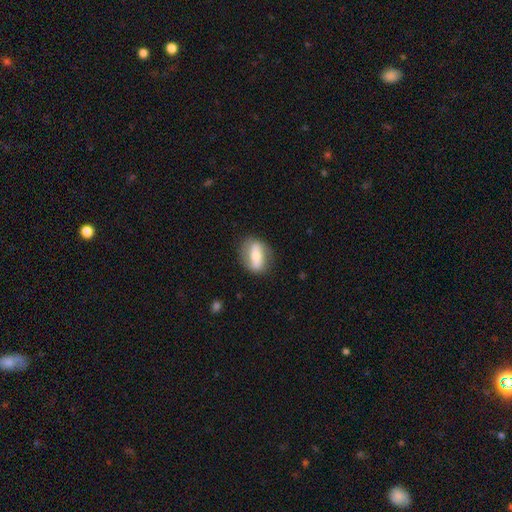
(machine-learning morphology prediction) smooth_or_featured: featured or disk (p=0.51) [alt: smooth p=0.43]
disk_edge_on: no (p=0.81) [alt: yes p=0.19]
merging: none (p=0.78) [alt: minor disturbance p=0.15]